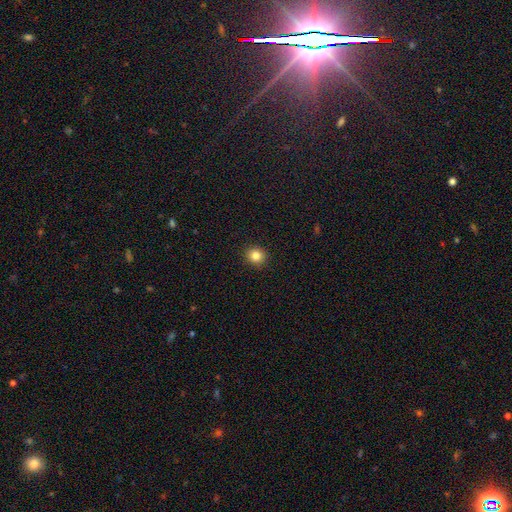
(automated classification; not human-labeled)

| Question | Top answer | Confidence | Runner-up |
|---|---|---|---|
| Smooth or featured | smooth | 84% | star or artifact (11%) |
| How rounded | round | 88% | in between (12%) |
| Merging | none | 92% | minor disturbance (5%) |